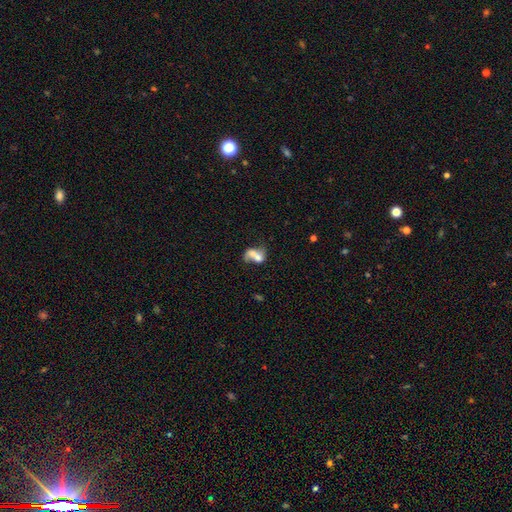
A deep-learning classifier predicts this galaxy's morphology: type=smooth (48%); merging=merger (61%).